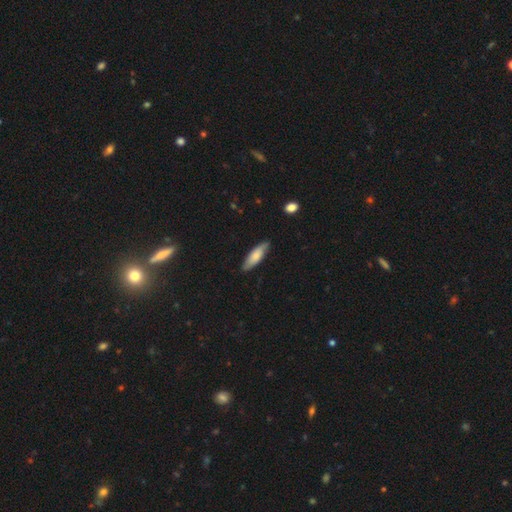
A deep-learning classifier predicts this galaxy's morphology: type=smooth (74%); roundness=cigar-shaped (52%); merging=none (82%).